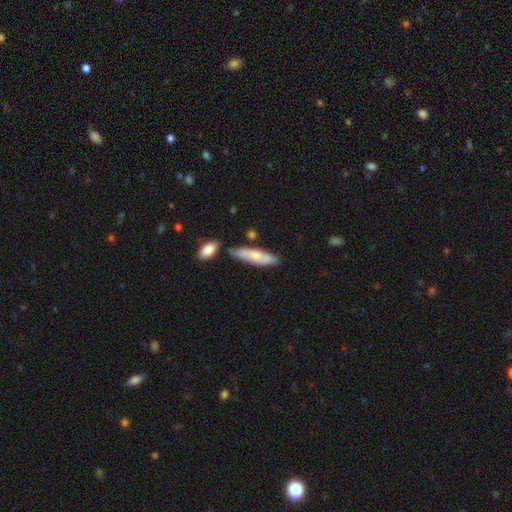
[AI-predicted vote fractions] smooth_or_featured: smooth (p=0.62) [alt: featured or disk p=0.32]
how_rounded: cigar-shaped (p=0.61) [alt: in between p=0.37]
merging: none (p=0.69) [alt: minor disturbance p=0.18]